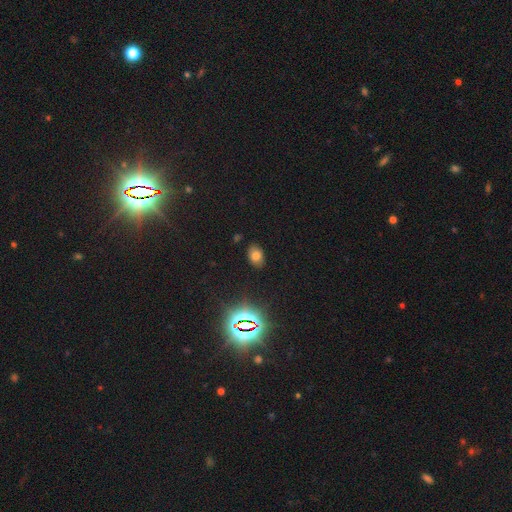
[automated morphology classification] smooth 71%, star or artifact 20%, featured or disk 9%. Down the decision tree: how rounded — in between (82%); merging — none (83%).